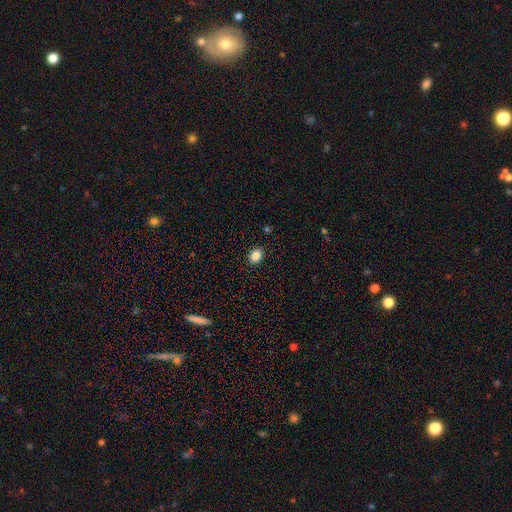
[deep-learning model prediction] Smooth or featured? Predicted: smooth (p=0.85). How rounded? Predicted: in between (p=0.50). Merging? Predicted: none (p=0.89).